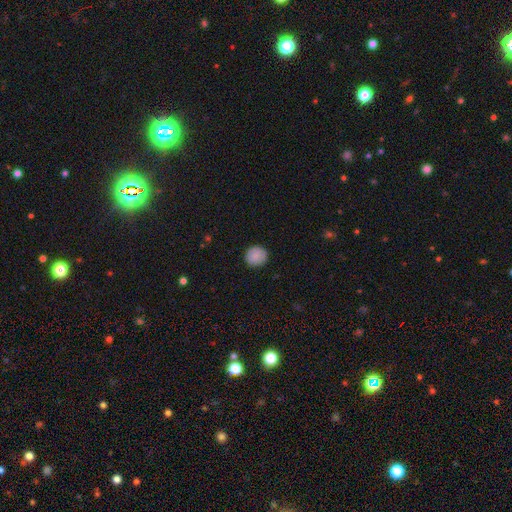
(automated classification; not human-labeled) smooth-or-featured: smooth: 87% | star or artifact: 7% | featured or disk: 6%
  how-rounded: round: 93% | in between: 6% | cigar-shaped: 1%
  merging: none: 91% | minor disturbance: 7% | major disturbance: 2% | merger: 1%